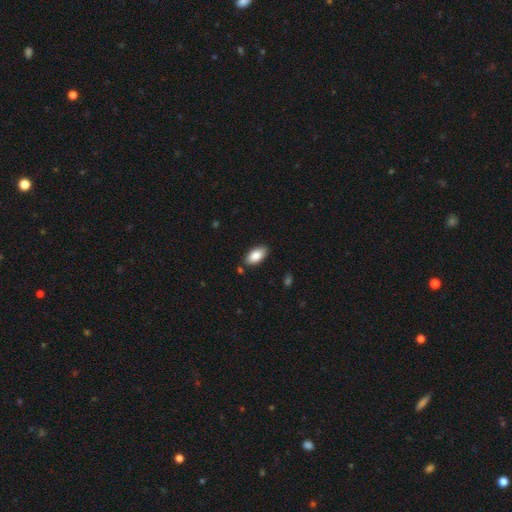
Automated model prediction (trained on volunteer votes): smooth-or-featured: smooth: 85% | featured or disk: 8% | star or artifact: 7%
  how-rounded: in between: 93% | cigar-shaped: 4% | round: 3%
  merging: none: 85% | minor disturbance: 11% | merger: 2% | major disturbance: 2%